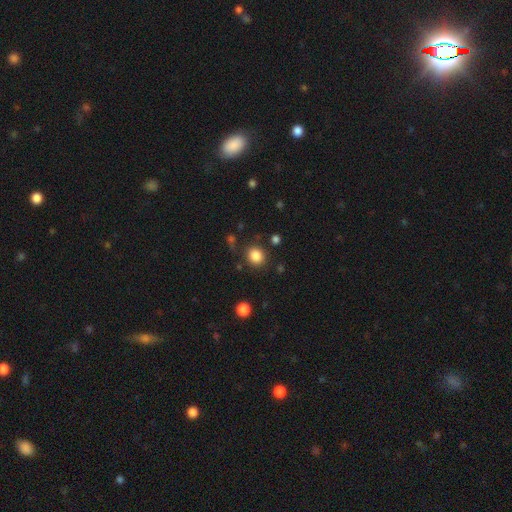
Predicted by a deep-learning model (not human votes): smooth 85%, star or artifact 11%, featured or disk 4%. Down the decision tree: how rounded — round (82%); merging — none (83%).